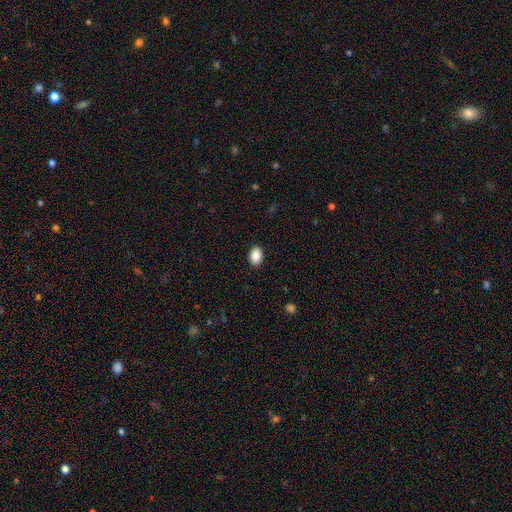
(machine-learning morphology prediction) type=smooth (89%); roundness=in between (87%); merging=none (90%).